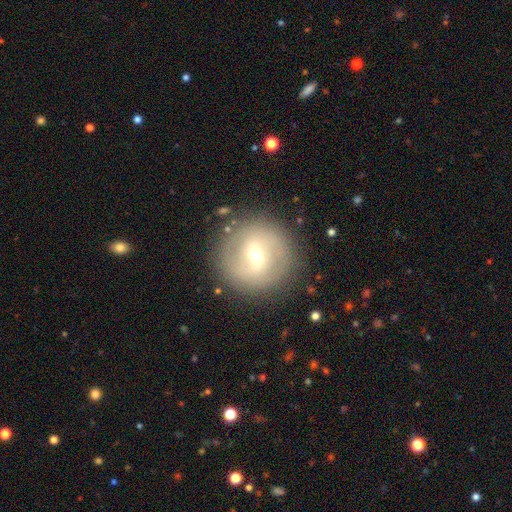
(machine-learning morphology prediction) A featured or disk galaxy (57%) with a weak bar (48%), spiral arms (62%) and a moderate central bulge (56%).

Vote fractions:
- Smooth or featured? featured or disk: 57% / smooth: 34% / star or artifact: 9%
- Edge-on disk? no: 96% / yes: 4%
- Bar? weak: 48% / no: 31% / strong: 21%
- Spiral arms? yes: 62% / no: 38%
- Bulge size? moderate: 56% / small: 38% / large: 3% / dominant: 1% / none: 1%
- Merging? none: 87% / minor disturbance: 8% / major disturbance: 4% / merger: 2%